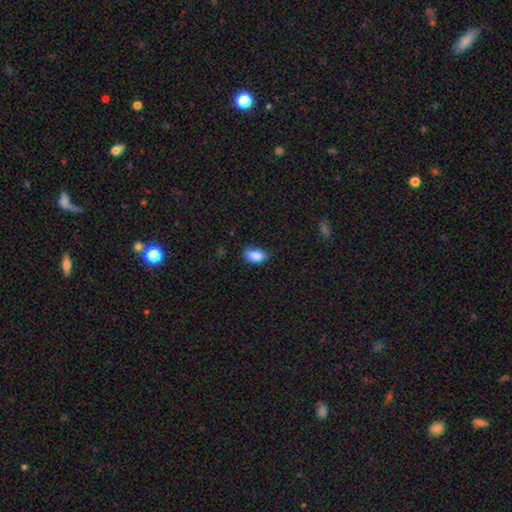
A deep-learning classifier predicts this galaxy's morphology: Overall: smooth (85%). How rounded: in between (87%). Merging: none (66%; minor disturbance 27%).